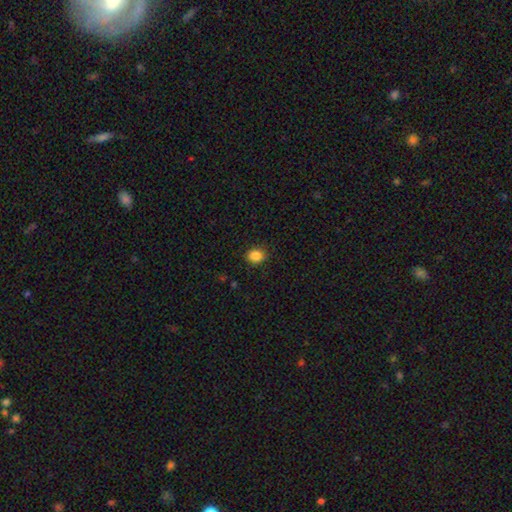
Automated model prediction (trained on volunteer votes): Overall: smooth (86%). How rounded: round (59%; in between 40%). Merging: none (86%).